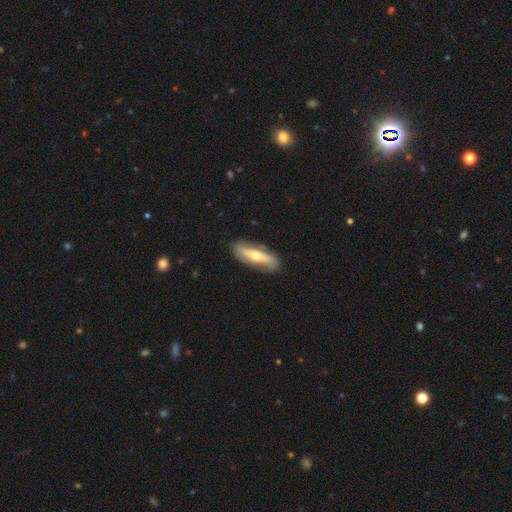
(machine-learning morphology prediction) Smooth or featured: featured or disk — 56% (smooth — 39%)
Edge-on disk: no — 60% (yes — 40%)
Merging: none — 82% (minor disturbance — 13%)